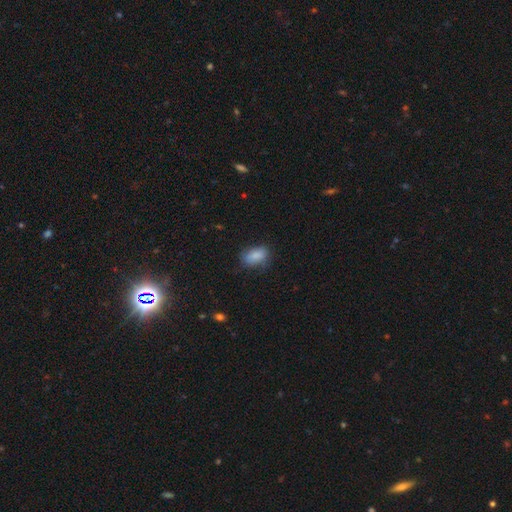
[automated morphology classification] The model was most divided on "merging": none: 73%, minor disturbance: 21%, major disturbance: 5%, merger: 1%. More confident: how rounded — in between (90%); smooth or featured — smooth (85%).